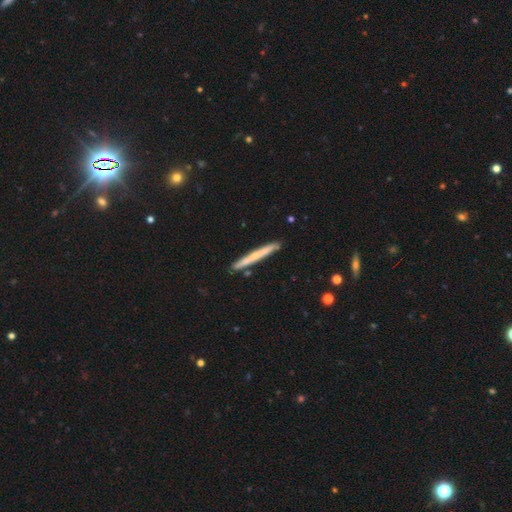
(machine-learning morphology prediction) type=smooth (51%); roundness=cigar-shaped (97%); merging=none (88%).